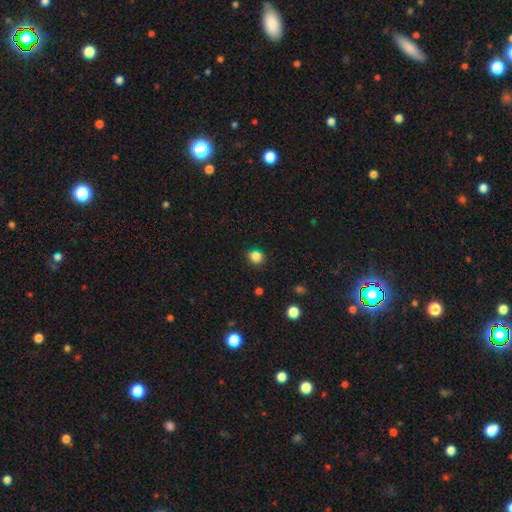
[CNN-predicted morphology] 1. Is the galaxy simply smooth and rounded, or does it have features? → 76% smooth, 20% star or artifact, 4% featured or disk.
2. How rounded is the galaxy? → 79% round, 19% in between, 1% cigar-shaped.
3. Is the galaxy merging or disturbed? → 82% none, 11% minor disturbance, 5% merger, 3% major disturbance.